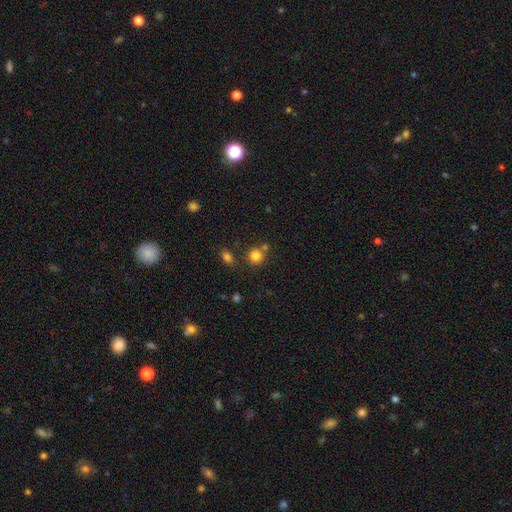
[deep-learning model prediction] A smooth galaxy with no disk features (81%) that is round (88%). Merging: none (68%).